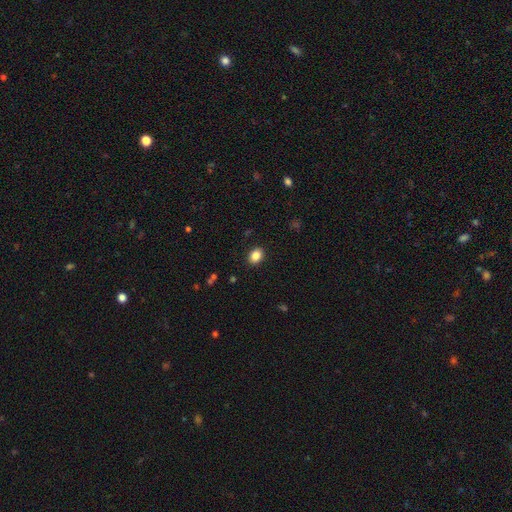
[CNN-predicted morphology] Smooth or featured: smooth — 86% (star or artifact — 9%)
How rounded: in between — 69% (round — 30%)
Merging: none — 90% (minor disturbance — 7%)